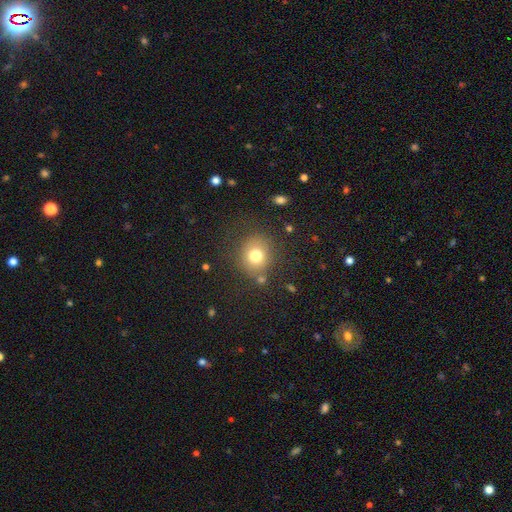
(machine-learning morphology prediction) smooth-or-featured: smooth: 75% | star or artifact: 13% | featured or disk: 12%
  how-rounded: round: 82% | in between: 18% | cigar-shaped: 1%
  merging: none: 76% | minor disturbance: 13% | major disturbance: 6% | merger: 5%